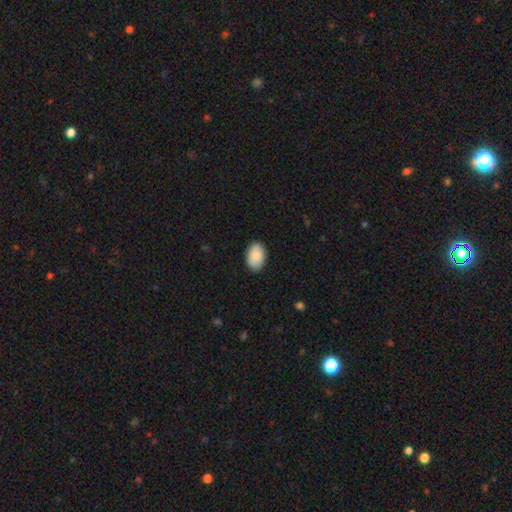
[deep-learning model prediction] Smooth or featured?
  - smooth: 90% *
  - star or artifact: 6%
  - featured or disk: 4%
How rounded?
  - in between: 91% *
  - round: 8%
  - cigar-shaped: 1%
Merging?
  - none: 88% *
  - minor disturbance: 9%
  - major disturbance: 2%
  - merger: 1%